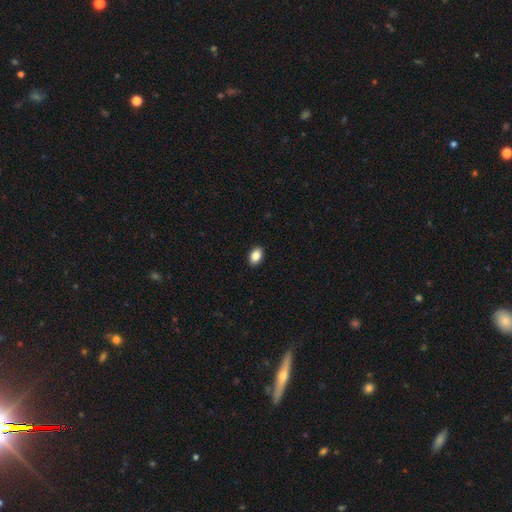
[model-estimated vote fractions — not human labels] Smooth or featured: smooth — 86% (star or artifact — 8%)
How rounded: in between — 87% (round — 12%)
Merging: none — 91% (minor disturbance — 7%)